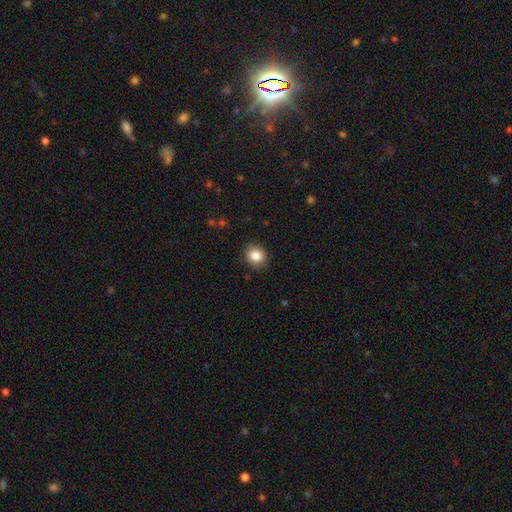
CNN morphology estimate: smooth 85%, star or artifact 9%, featured or disk 6%. Down the decision tree: how rounded — round (71%); merging — none (86%).